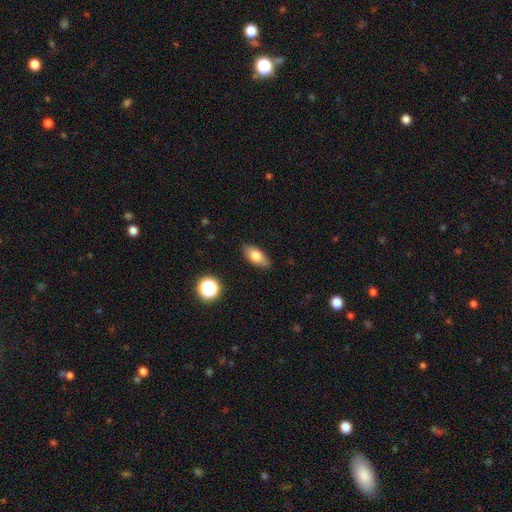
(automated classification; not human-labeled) Overall: smooth (77%). How rounded: in between (85%). Merging: none (84%).